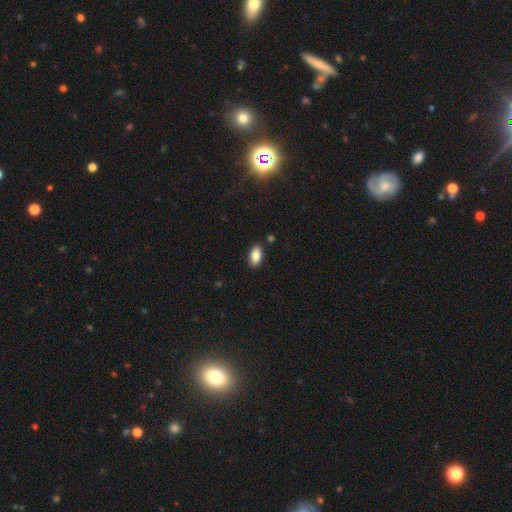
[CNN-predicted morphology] Q: Smooth or featured?
A: smooth (87%); runner-up: star or artifact (7%)
Q: How rounded?
A: in between (93%); runner-up: cigar-shaped (4%)
Q: Merging?
A: none (88%); runner-up: minor disturbance (8%)